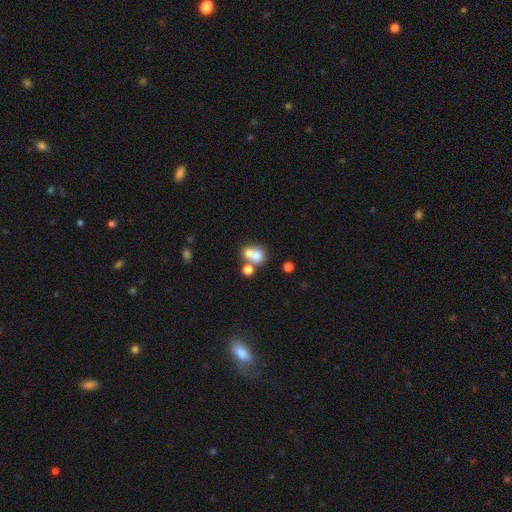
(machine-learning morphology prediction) smooth_or_featured: smooth (p=0.68) [alt: featured or disk p=0.20]
how_rounded: round (p=0.76) [alt: in between p=0.23]
merging: merger (p=0.56) [alt: none p=0.34]